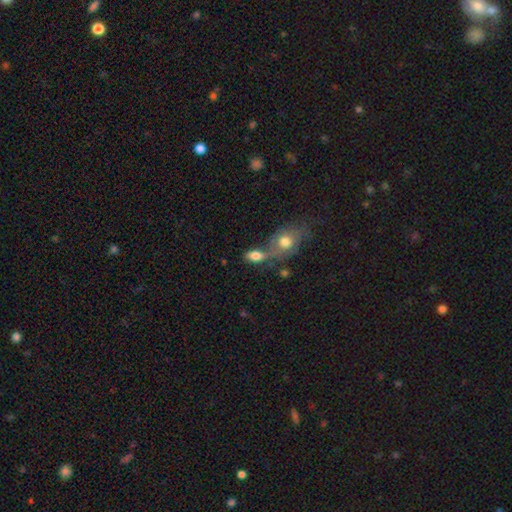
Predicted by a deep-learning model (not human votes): Morphology: type=smooth (77%); roundness=in between (85%); merging=merger (47%).